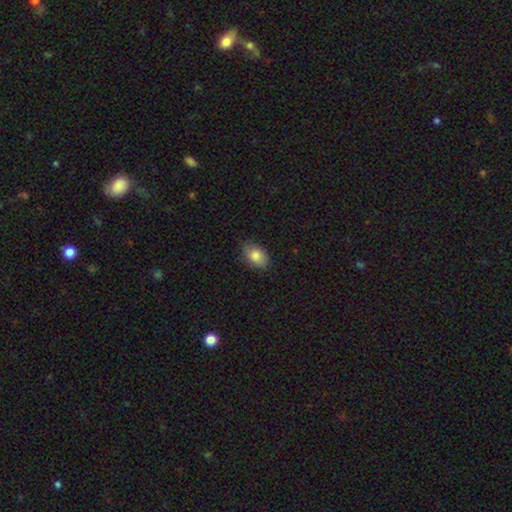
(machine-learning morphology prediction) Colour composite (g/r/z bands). It shows a smooth galaxy with no disk features (83%) that is in between round and cigar-shaped (86%). Merging: none (79%).